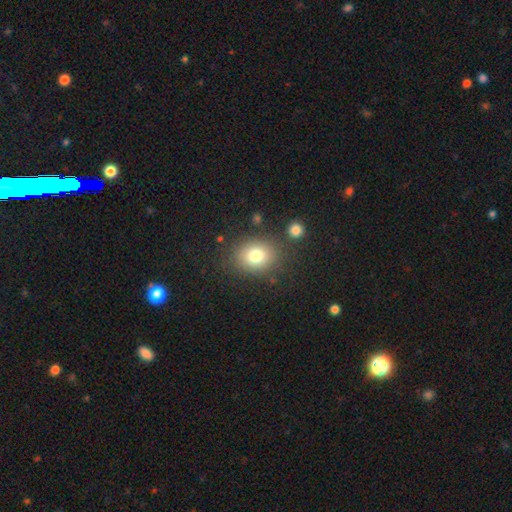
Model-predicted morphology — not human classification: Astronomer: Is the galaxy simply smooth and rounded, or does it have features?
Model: smooth — 78%.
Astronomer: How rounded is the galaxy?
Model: round — 59% (runner-up: in between, 40%).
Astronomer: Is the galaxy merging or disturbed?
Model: none — 80%.